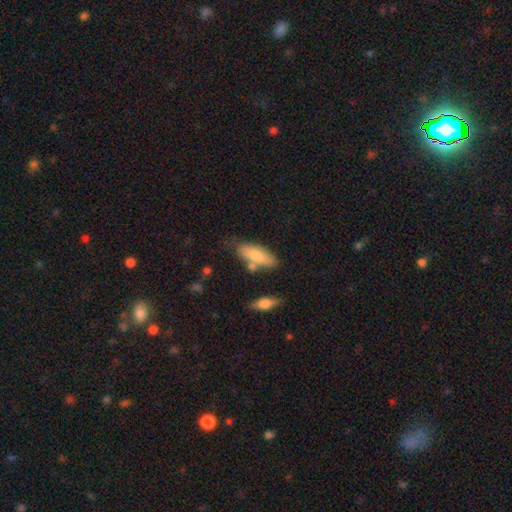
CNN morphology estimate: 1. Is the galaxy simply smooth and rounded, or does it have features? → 77% smooth, 17% featured or disk, 6% star or artifact.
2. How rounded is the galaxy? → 68% in between, 30% cigar-shaped, 2% round.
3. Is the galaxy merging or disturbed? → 59% none, 20% minor disturbance, 16% merger, 5% major disturbance.